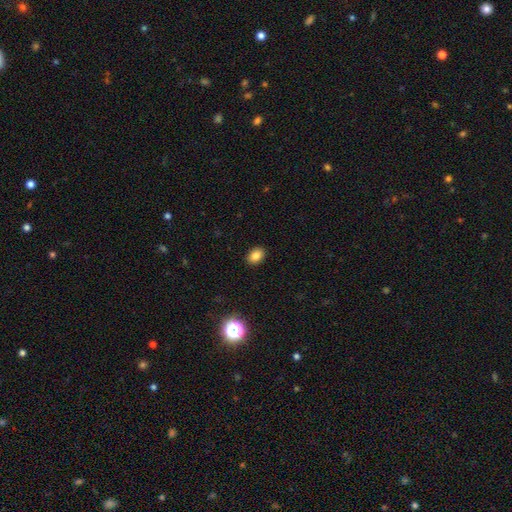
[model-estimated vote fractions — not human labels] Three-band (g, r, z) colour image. It shows a smooth galaxy with no disk features (84%) that is in between round and cigar-shaped (75%). Merging: none (90%).